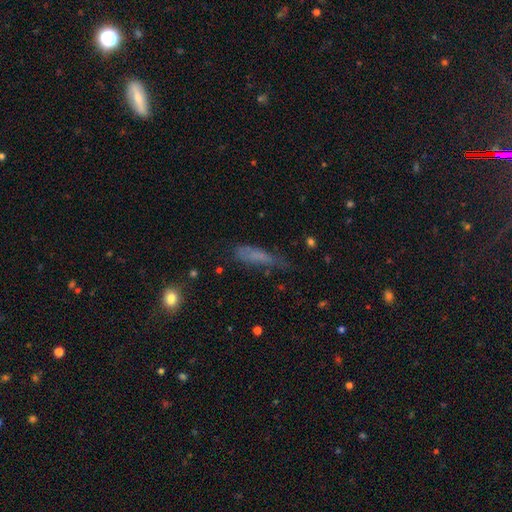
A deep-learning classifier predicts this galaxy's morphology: The model was most divided on "merging": none: 49%, minor disturbance: 31%, major disturbance: 17%, merger: 3%. More confident: how rounded — cigar-shaped (70%); smooth or featured — smooth (64%).